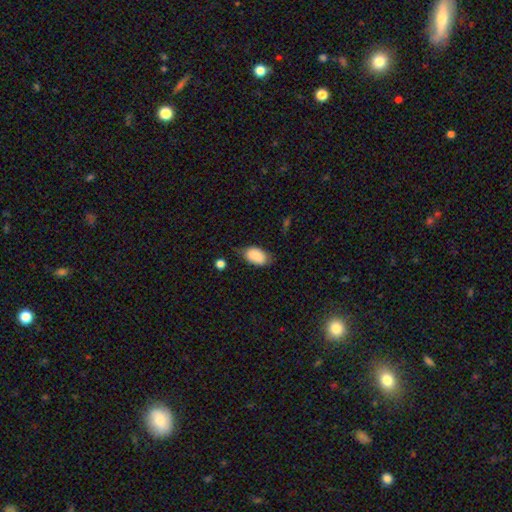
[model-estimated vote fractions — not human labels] A smooth galaxy with no disk features (84%) that is in between round and cigar-shaped (91%).

Vote fractions:
- Smooth or featured? smooth: 84% / featured or disk: 9% / star or artifact: 7%
- How rounded? in between: 91% / round: 8% / cigar-shaped: 1%
- Merging? none: 57% / minor disturbance: 32% / major disturbance: 9% / merger: 3%